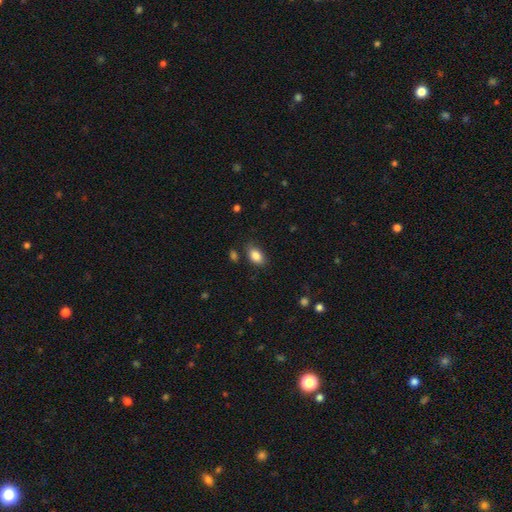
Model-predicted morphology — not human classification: This appears to be a smooth galaxy with no disk features (86%) that is in between round and cigar-shaped (88%). Merging: none (77%).